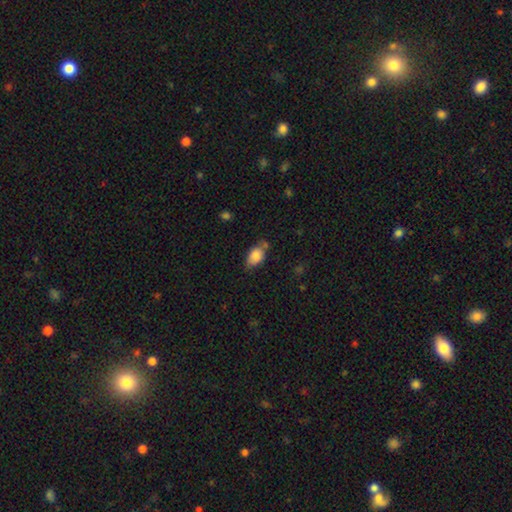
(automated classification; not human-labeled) This is clearly a smooth galaxy (83%). How rounded: clearly in between (86%). Merging: possibly none (58%).